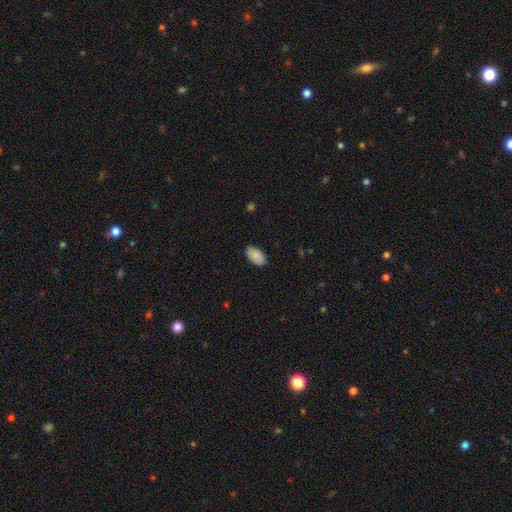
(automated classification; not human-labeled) Smooth or featured? smooth (88%)
How rounded? in between (95%)
Merging? none (85%)